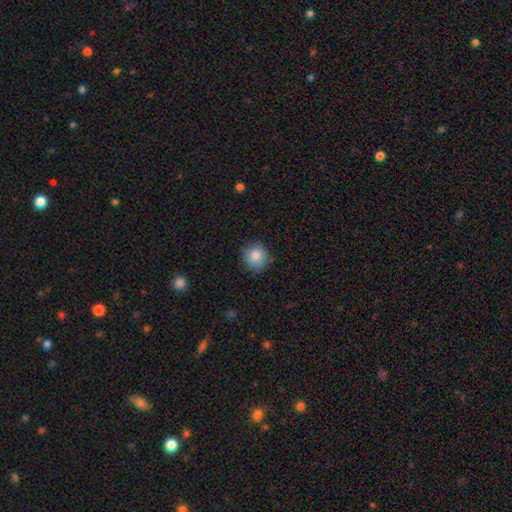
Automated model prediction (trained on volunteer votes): Smooth or featured: smooth — 84% (star or artifact — 9%)
How rounded: round — 88% (in between — 11%)
Merging: none — 82% (minor disturbance — 14%)